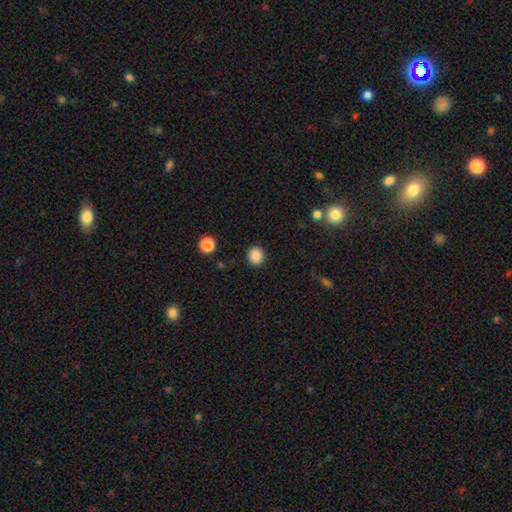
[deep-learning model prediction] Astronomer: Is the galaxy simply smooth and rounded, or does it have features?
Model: smooth — 87%.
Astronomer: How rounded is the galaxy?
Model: round — 83%.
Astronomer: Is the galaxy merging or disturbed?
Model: none — 90%.